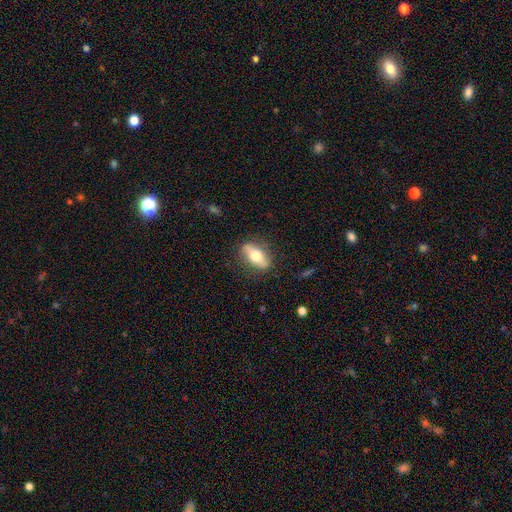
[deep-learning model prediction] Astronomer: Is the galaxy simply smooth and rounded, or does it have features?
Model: smooth — 57% (runner-up: featured or disk, 37%).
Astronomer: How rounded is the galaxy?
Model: in between — 78%.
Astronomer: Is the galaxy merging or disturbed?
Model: none — 81%.